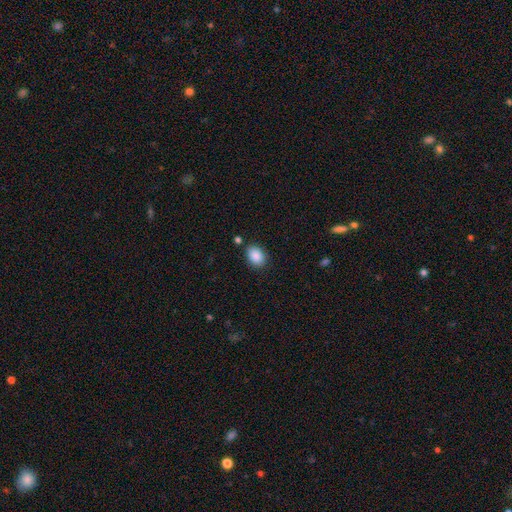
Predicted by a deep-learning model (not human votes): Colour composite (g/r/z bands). It shows a smooth galaxy with no disk features (88%) that is in between round and cigar-shaped (73%). Merging: none (83%).